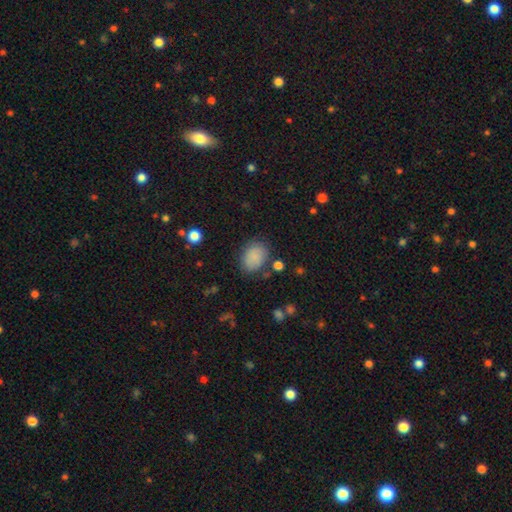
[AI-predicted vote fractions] Smooth or featured? Predicted: smooth (p=0.84). How rounded? Predicted: in between (p=0.72). Merging? Predicted: none (p=0.76).